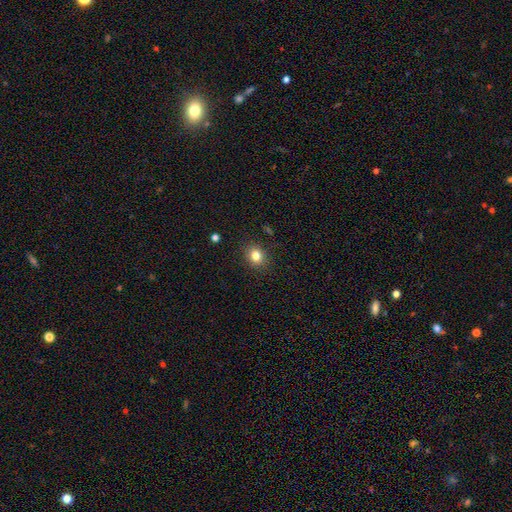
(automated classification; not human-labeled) Smooth or featured?
  - smooth: 81% *
  - star or artifact: 12%
  - featured or disk: 7%
How rounded?
  - round: 67% *
  - in between: 32%
  - cigar-shaped: 1%
Merging?
  - none: 88% *
  - minor disturbance: 9%
  - major disturbance: 2%
  - merger: 1%